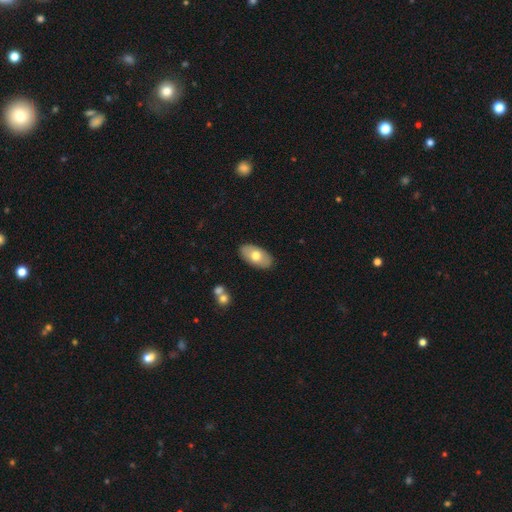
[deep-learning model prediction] Overall: smooth (66%; featured or disk 28%). How rounded: in between (94%). Merging: none (87%).